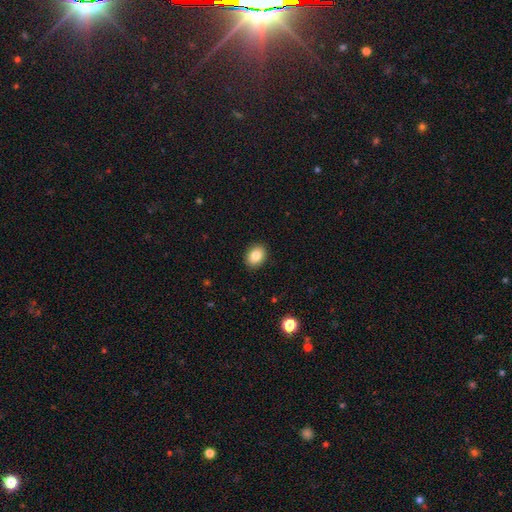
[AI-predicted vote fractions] Morphology: type=smooth (84%); roundness=in between (58%); merging=none (91%).